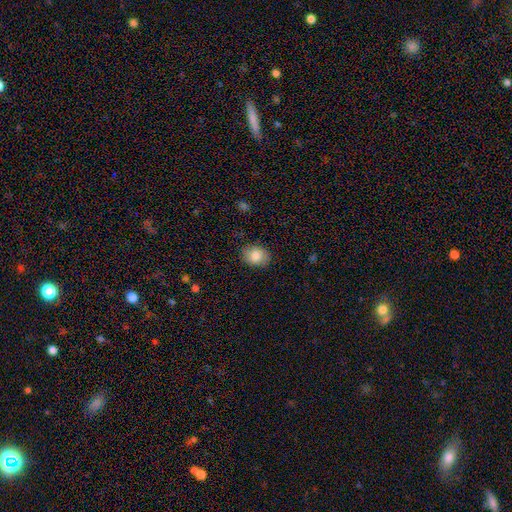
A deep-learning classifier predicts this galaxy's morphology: The model was most divided on "how rounded": in between: 64%, round: 35%, cigar-shaped: 1%. More confident: merging — none (84%); smooth or featured — smooth (83%).